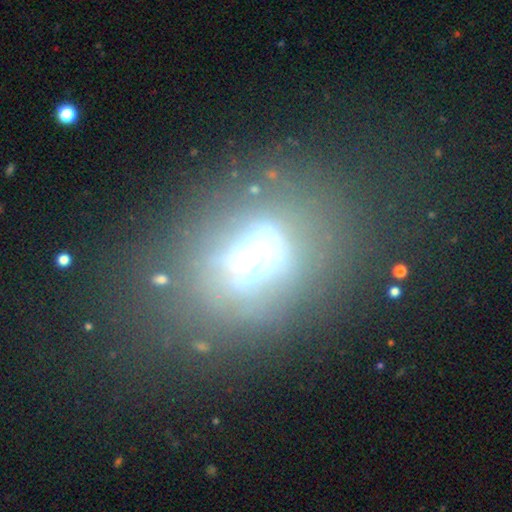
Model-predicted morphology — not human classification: smooth-or-featured: featured or disk: 41% | smooth: 33% | star or artifact: 27%
  merging: none: 57% | major disturbance: 21% | minor disturbance: 16% | merger: 7%